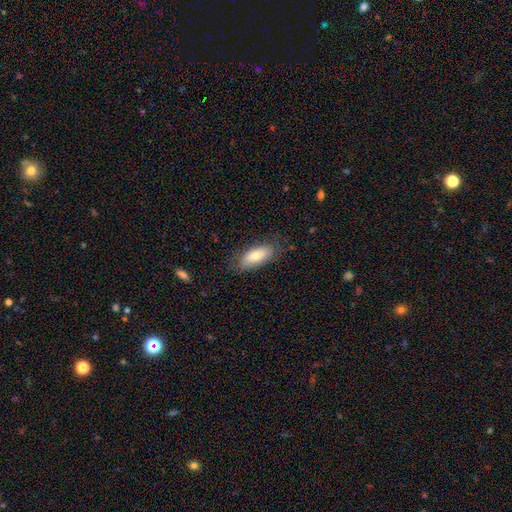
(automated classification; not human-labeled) A smooth galaxy with no disk features (73%) that is in between round and cigar-shaped (80%). Merging: none (76%).